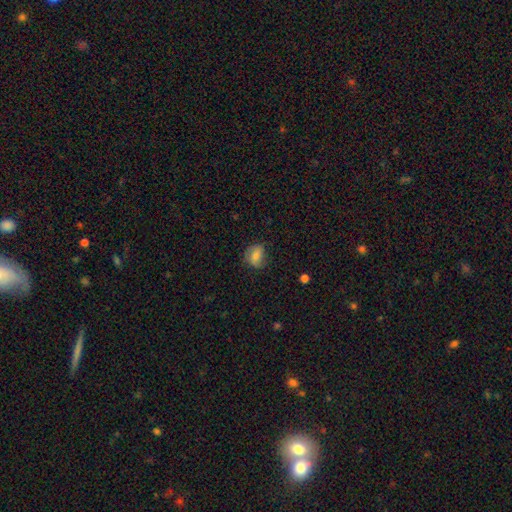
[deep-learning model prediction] The model was most divided on "how rounded": in between: 56%, round: 42%, cigar-shaped: 2%. More confident: smooth or featured — smooth (76%); merging — none (65%).